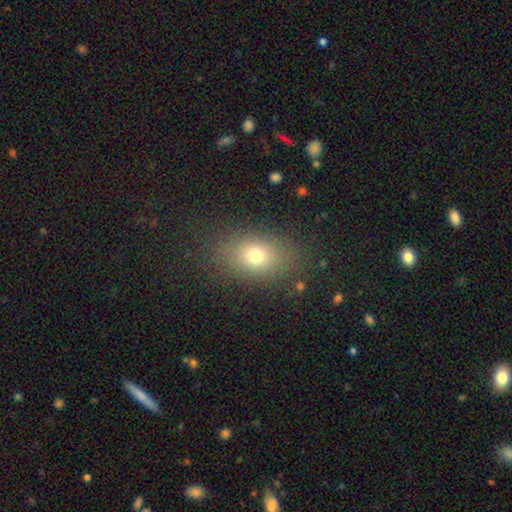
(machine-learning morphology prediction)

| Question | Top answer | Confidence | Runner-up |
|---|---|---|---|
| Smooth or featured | smooth | 73% | star or artifact (14%) |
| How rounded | in between | 71% | round (27%) |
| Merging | none | 83% | minor disturbance (11%) |